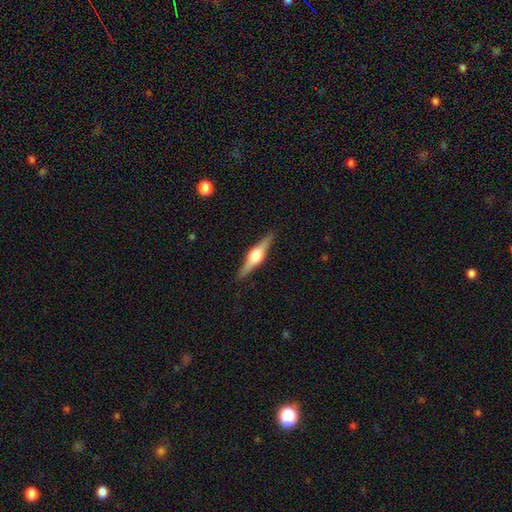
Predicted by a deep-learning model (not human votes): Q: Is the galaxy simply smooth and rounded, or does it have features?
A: featured or disk — 77%.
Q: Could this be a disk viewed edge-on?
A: yes — 98%.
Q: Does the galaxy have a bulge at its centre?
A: rounded — 93%.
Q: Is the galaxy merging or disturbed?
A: none — 90%.